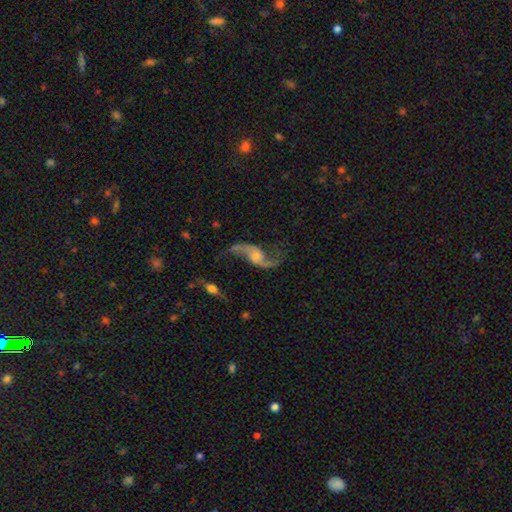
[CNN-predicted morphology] smooth_or_featured: featured or disk (p=0.88) [alt: star or artifact p=0.06]
disk_edge_on: no (p=0.95) [alt: yes p=0.05]
bar: no (p=0.58) [alt: weak p=0.33]
has_spiral_arms: yes (p=0.96) [alt: no p=0.04]
spiral_winding: loose (p=0.89) [alt: medium p=0.09]
spiral_arm_count: 2 (p=0.93) [alt: 1 p=0.02]
bulge_size: small (p=0.40) [alt: moderate p=0.36]
merging: none (p=0.68) [alt: minor disturbance p=0.16]